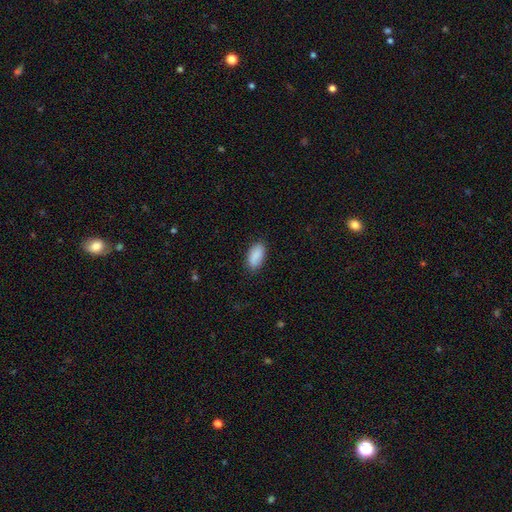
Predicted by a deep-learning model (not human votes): The model was most divided on "merging": none: 86%, minor disturbance: 10%, major disturbance: 2%, merger: 1%. More confident: how rounded — in between (93%); smooth or featured — smooth (90%).